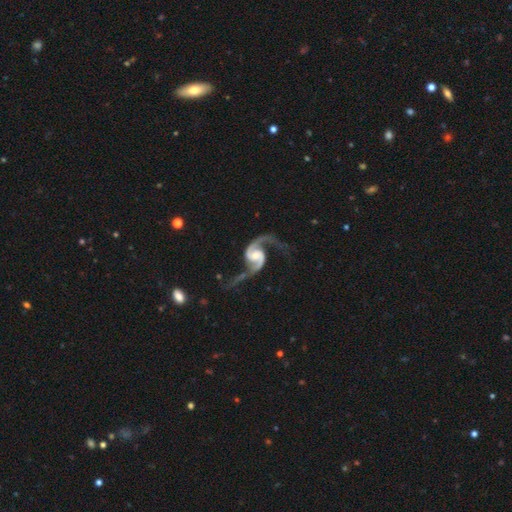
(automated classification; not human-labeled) Smooth or featured: featured or disk — 94% (star or artifact — 3%)
Edge-on disk: no — 98% (yes — 2%)
Bar: no — 46% (weak — 39%)
Spiral arms: yes — 98% (no — 2%)
Spiral winding: loose — 52% (medium — 40%)
Spiral arm count: 2 — 94% (1 — 2%)
Bulge size: moderate — 47% (small — 43%)
Merging: none — 59% (major disturbance — 19%)